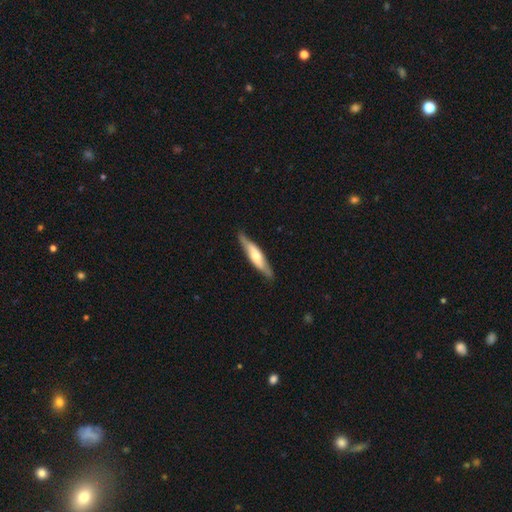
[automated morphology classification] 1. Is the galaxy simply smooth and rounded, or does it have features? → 52% featured or disk, 43% smooth, 5% star or artifact.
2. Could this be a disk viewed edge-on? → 81% yes, 19% no.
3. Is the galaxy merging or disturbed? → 82% none, 14% minor disturbance, 3% major disturbance, 1% merger.